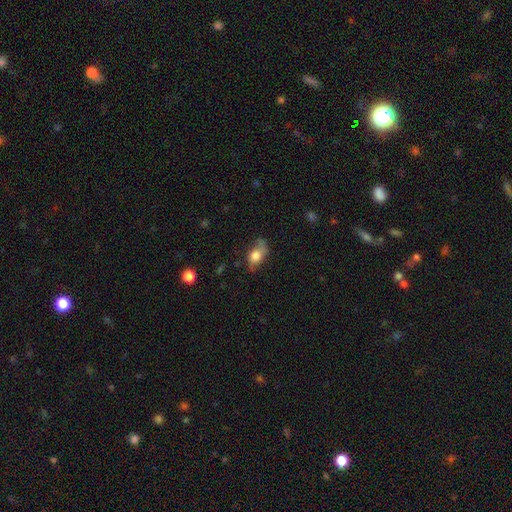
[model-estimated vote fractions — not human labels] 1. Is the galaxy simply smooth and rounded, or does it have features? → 64% smooth, 28% featured or disk, 8% star or artifact.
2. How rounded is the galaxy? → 81% in between, 14% round, 5% cigar-shaped.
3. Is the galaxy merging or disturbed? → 54% none, 31% minor disturbance, 13% major disturbance, 2% merger.